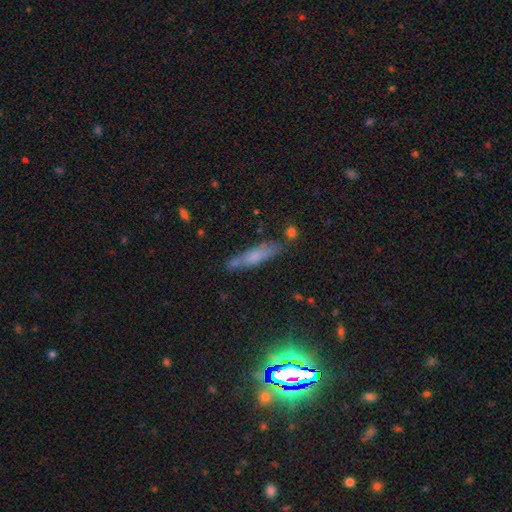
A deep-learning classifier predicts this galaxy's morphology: Smooth or featured? Predicted: smooth (p=0.67). How rounded? Predicted: cigar-shaped (p=0.78). Merging? Predicted: none (p=0.70).